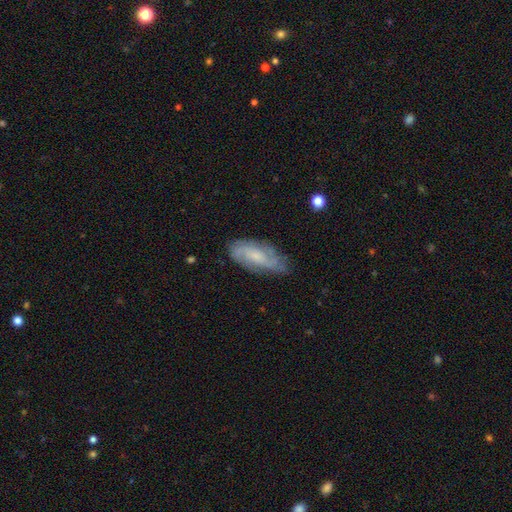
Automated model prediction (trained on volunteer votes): A featured or disk galaxy (65%) with no bar (57%), tight (43%) spiral arms (89%) and a small central bulge (47%). Merging: none (73%).